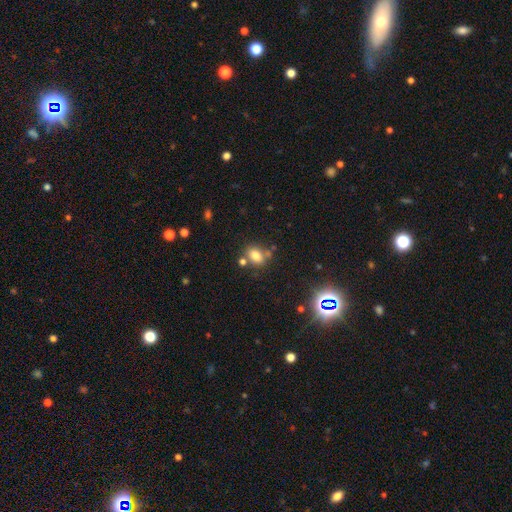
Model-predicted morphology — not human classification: This is likely a smooth galaxy (78%). How rounded: likely in between (72%). Merging: likely none (64%).